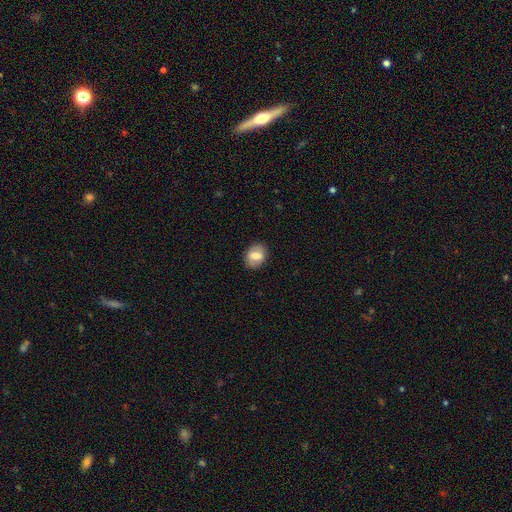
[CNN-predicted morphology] A smooth galaxy with no disk features (69%) that is in between round and cigar-shaped (66%).

Vote fractions:
- Smooth or featured? smooth: 69% / featured or disk: 23% / star or artifact: 8%
- How rounded? in between: 66% / round: 32% / cigar-shaped: 2%
- Merging? none: 83% / minor disturbance: 12% / major disturbance: 3% / merger: 1%